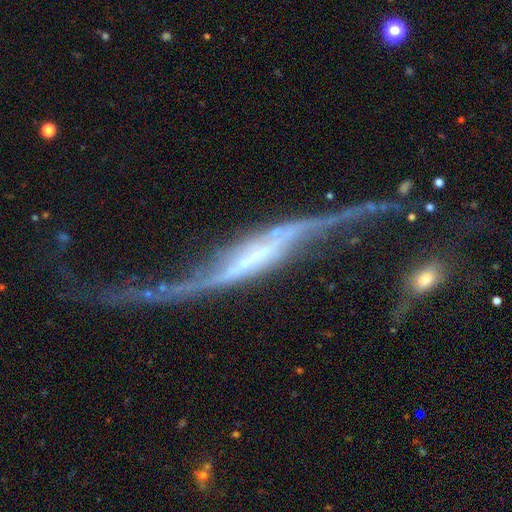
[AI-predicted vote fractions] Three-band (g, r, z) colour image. It shows a featured or disk galaxy (87%) with a strong bar (50%), spiral arms (89%) and a small central bulge (52%). Merging: none (37%).